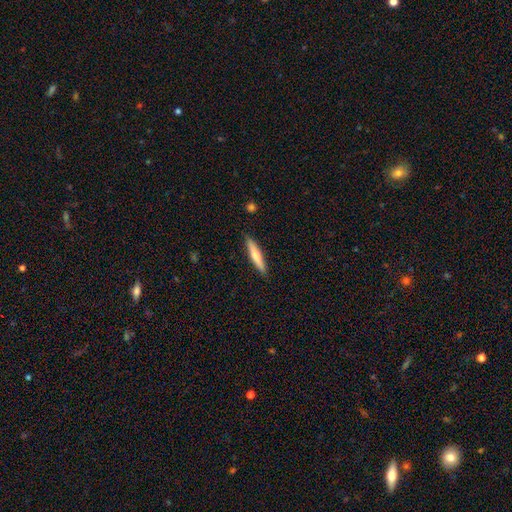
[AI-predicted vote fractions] This appears to be a smooth galaxy with no disk features (66%) that is cigar-shaped (89%). Merging: none (89%).